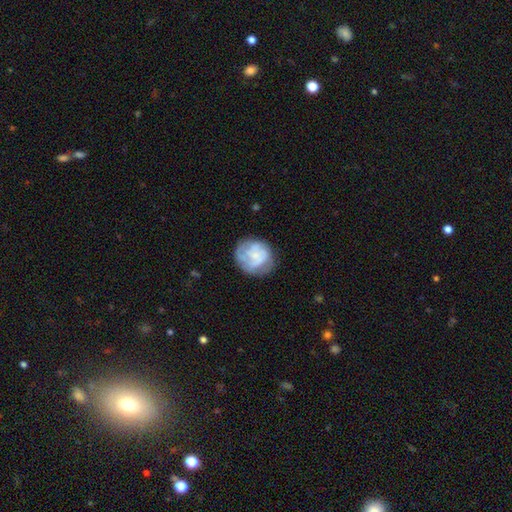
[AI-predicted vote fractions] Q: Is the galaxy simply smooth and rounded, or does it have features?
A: featured or disk — 51%.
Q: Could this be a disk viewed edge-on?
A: no — 98%.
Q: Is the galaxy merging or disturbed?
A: none — 63%.